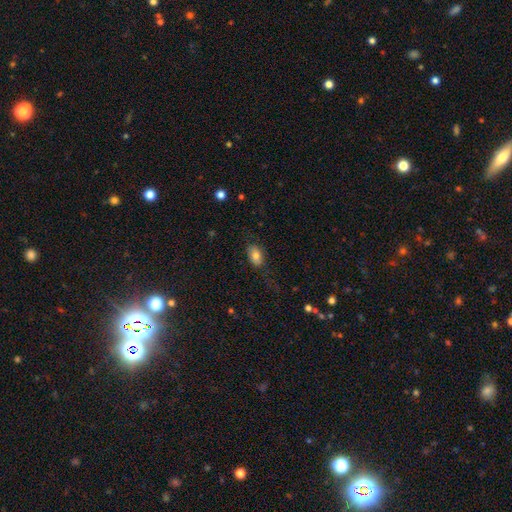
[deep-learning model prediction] A smooth galaxy with no disk features (81%) that is in between round and cigar-shaped (88%).

Vote fractions:
- Smooth or featured? smooth: 81% / featured or disk: 11% / star or artifact: 9%
- How rounded? in between: 88% / round: 10% / cigar-shaped: 2%
- Merging? none: 72% / minor disturbance: 18% / major disturbance: 8% / merger: 1%